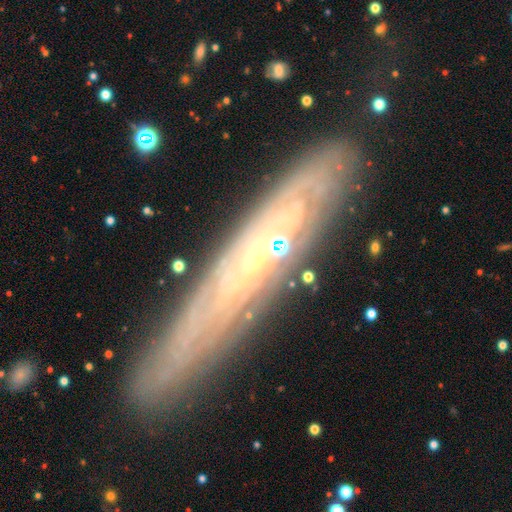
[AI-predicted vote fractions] This appears to be a featured or disk galaxy (71%) viewed edge-on (60%). Merging: none (81%).